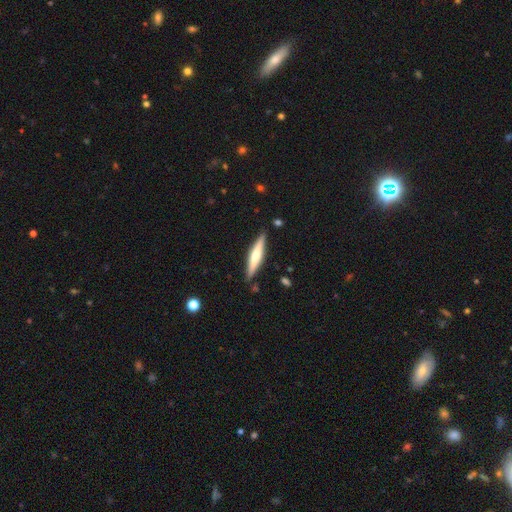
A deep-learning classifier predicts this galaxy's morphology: Smooth or featured: featured or disk — 52% (smooth — 42%)
Edge-on disk: yes — 96% (no — 4%)
Edge-on bulge: rounded — 63% (none — 19%)
Merging: none — 87% (minor disturbance — 9%)